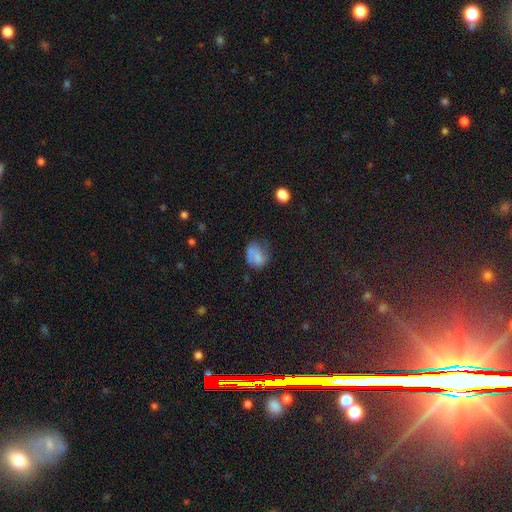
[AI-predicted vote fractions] This is likely a smooth galaxy (62%). How rounded: possibly in between (50%). Merging: marginally none (42%).